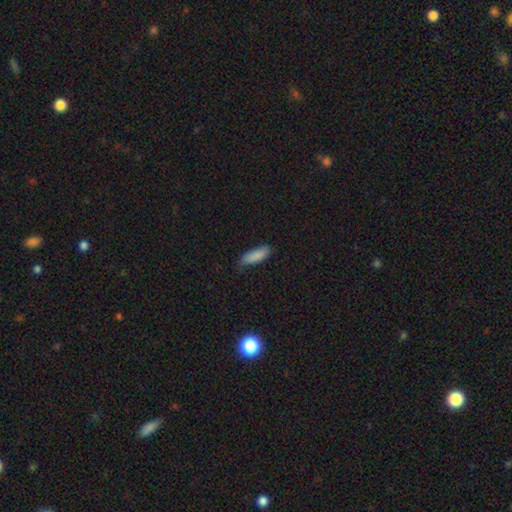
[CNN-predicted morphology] Q: Smooth or featured?
A: smooth (86%); runner-up: featured or disk (7%)
Q: How rounded?
A: in between (59%); runner-up: cigar-shaped (39%)
Q: Merging?
A: none (66%); runner-up: minor disturbance (28%)